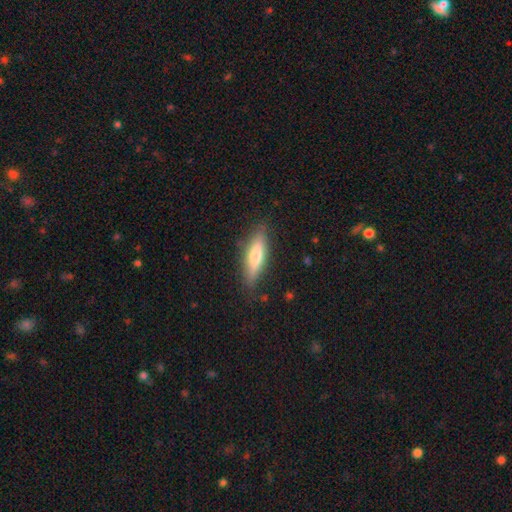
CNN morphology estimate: type=smooth (61%); roundness=cigar-shaped (64%); merging=none (83%).